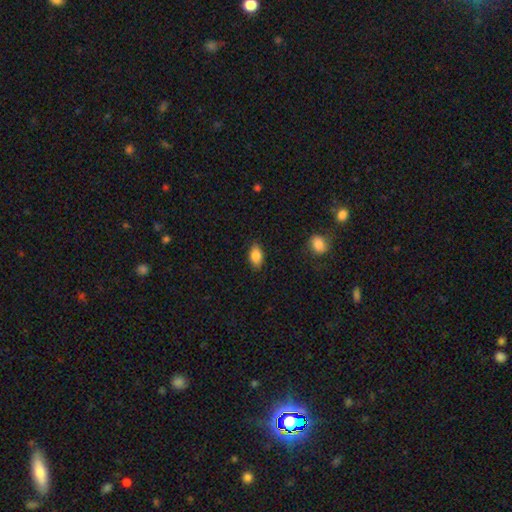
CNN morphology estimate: type=smooth (85%); roundness=in between (89%); merging=none (86%).